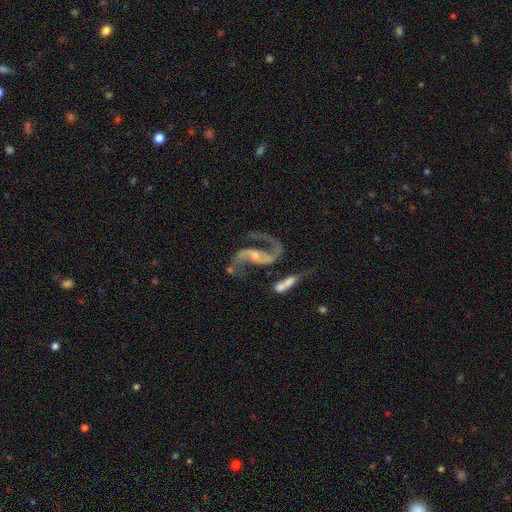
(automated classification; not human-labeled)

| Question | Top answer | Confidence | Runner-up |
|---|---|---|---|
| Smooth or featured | featured or disk | 89% | smooth (6%) |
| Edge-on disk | no | 97% | yes (3%) |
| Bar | weak | 40% | no (38%) |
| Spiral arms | yes | 95% | no (5%) |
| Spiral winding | loose | 69% | medium (26%) |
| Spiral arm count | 2 | 88% | 1 (7%) |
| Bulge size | small | 50% | moderate (30%) |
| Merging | none | 43% | major disturbance (23%) |